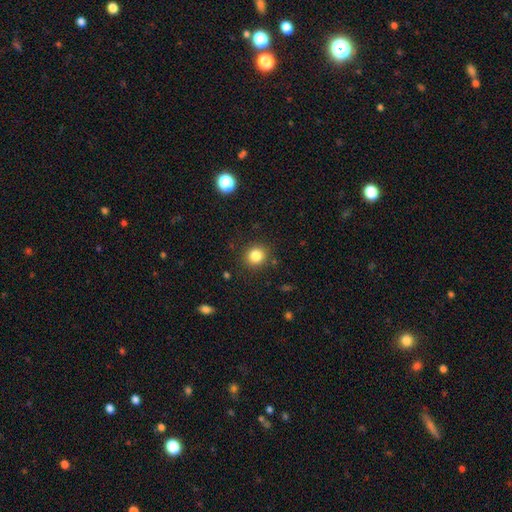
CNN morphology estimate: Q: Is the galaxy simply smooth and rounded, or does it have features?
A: smooth — 82%.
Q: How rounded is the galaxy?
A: round — 87%.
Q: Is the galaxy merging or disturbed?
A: none — 88%.